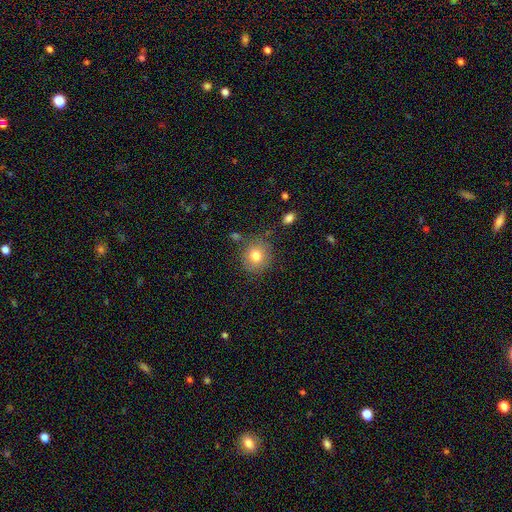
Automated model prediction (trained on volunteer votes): smooth 78%, featured or disk 12%, star or artifact 10%. Down the decision tree: how rounded — round (82%); merging — none (80%).